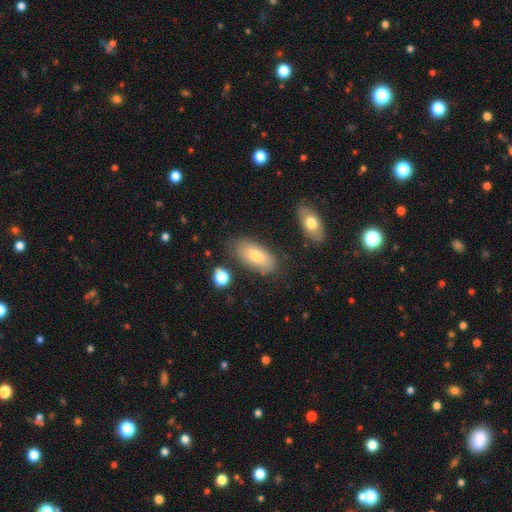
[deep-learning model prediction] Smooth or featured? Predicted: smooth (p=0.69). How rounded? Predicted: in between (p=0.90). Merging? Predicted: none (p=0.71).